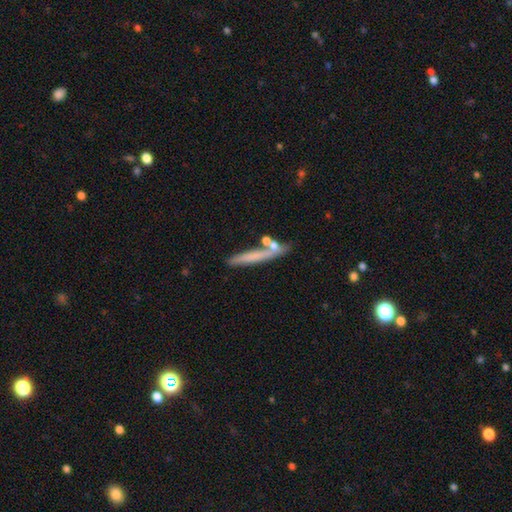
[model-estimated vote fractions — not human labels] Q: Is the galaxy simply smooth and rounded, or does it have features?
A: smooth — 58%.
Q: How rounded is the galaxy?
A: cigar-shaped — 93%.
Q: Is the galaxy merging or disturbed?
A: none — 72%.